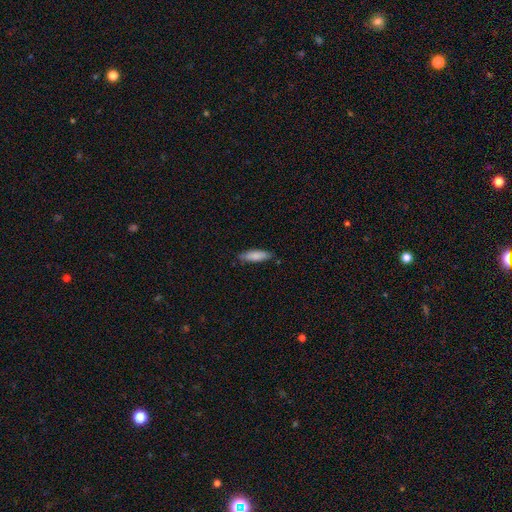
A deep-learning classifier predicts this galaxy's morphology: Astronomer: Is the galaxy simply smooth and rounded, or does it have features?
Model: smooth — 84%.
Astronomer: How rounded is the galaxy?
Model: cigar-shaped — 56% (runner-up: in between, 43%).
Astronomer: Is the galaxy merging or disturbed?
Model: none — 81%.